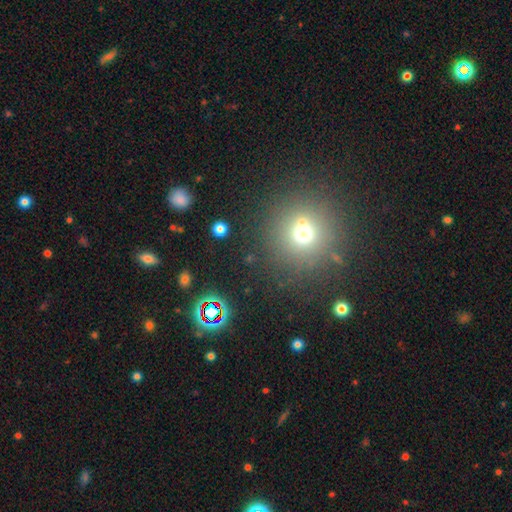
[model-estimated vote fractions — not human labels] Overall: smooth (50%; star or artifact 39%). How rounded: round (93%). Merging: none (88%).